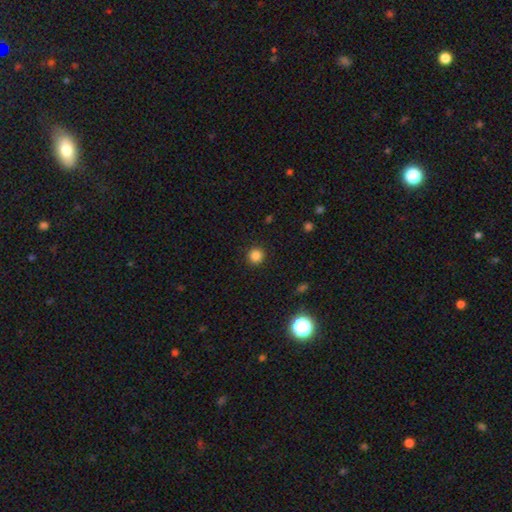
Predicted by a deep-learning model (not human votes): Overall: smooth (84%). How rounded: round (94%). Merging: none (92%).